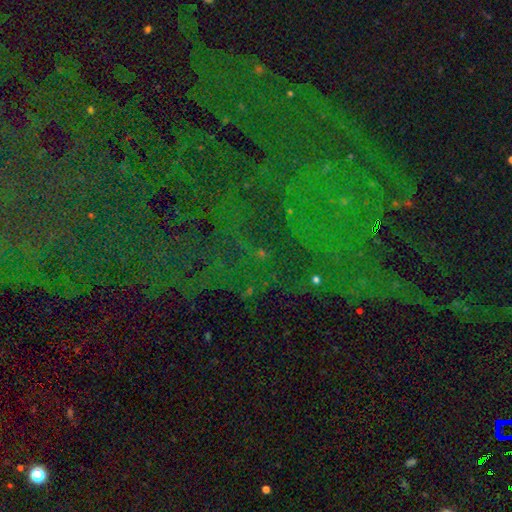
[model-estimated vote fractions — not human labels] Smooth or featured? Predicted: star or artifact (p=0.81).